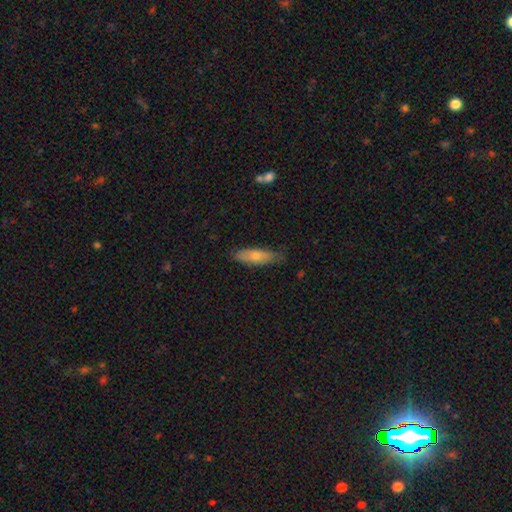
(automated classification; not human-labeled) A smooth galaxy with no disk features (68%) that is cigar-shaped (57%). Merging: none (79%).